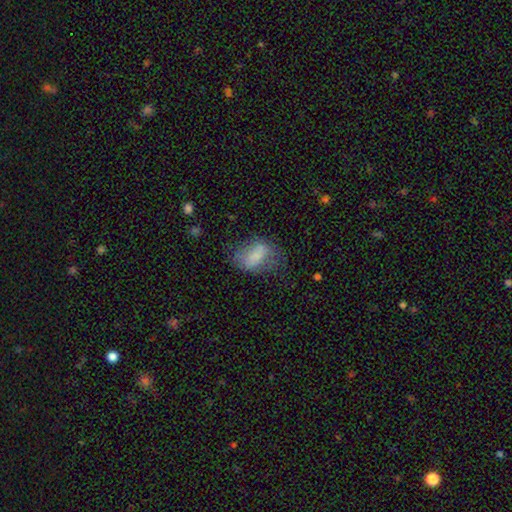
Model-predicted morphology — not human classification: A smooth galaxy with no disk features (63%) that is in between round and cigar-shaped (85%). Merging: none (47%).